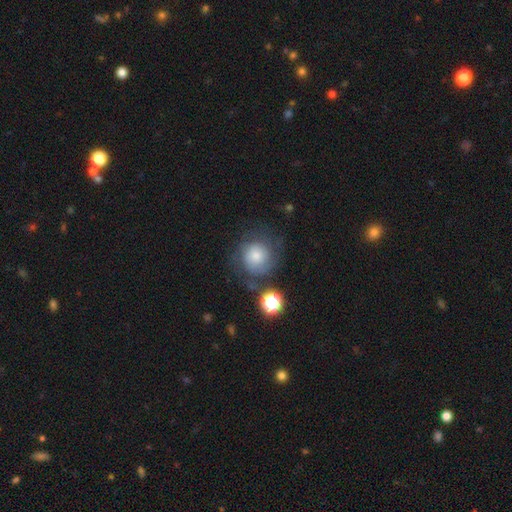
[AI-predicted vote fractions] Smooth or featured? Predicted: smooth (p=0.58). How rounded? Predicted: round (p=0.90). Merging? Predicted: none (p=0.63).